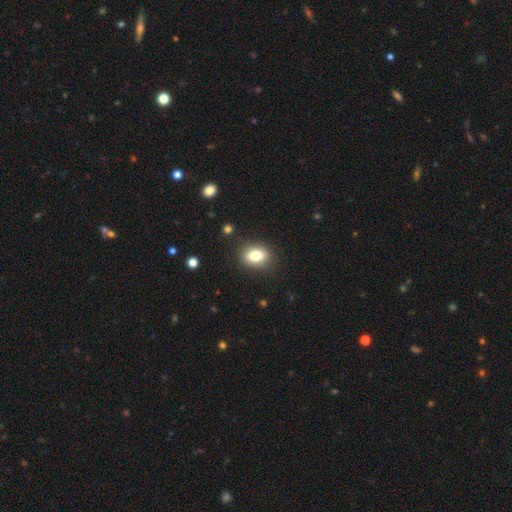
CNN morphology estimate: smooth-or-featured: smooth: 79% | featured or disk: 11% | star or artifact: 10%
  how-rounded: in between: 65% | round: 34% | cigar-shaped: 2%
  merging: none: 86% | minor disturbance: 9% | major disturbance: 3% | merger: 2%